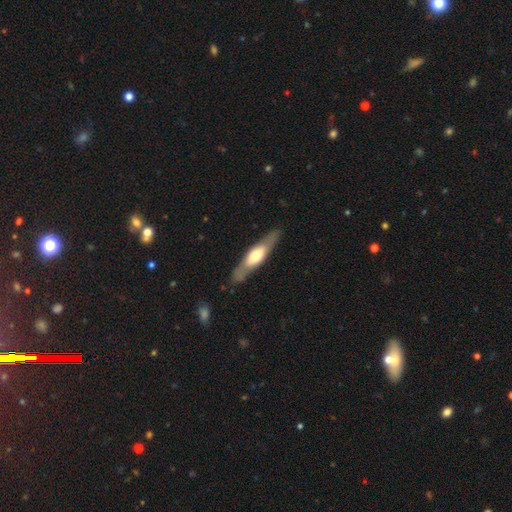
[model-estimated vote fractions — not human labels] Smooth or featured: featured or disk — 56% (smooth — 39%)
Edge-on disk: yes — 75% (no — 25%)
Merging: none — 83% (minor disturbance — 12%)